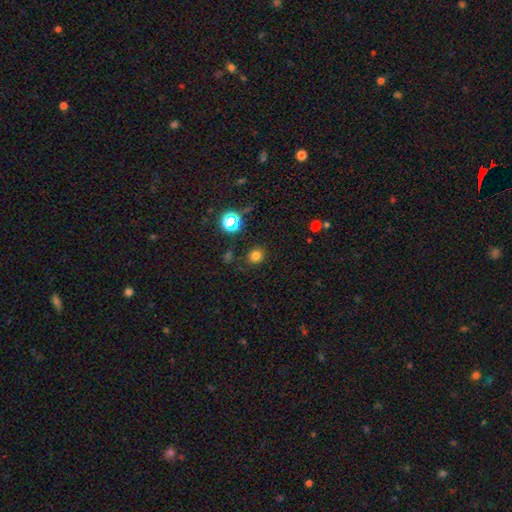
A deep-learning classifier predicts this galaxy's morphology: smooth 74%, star or artifact 20%, featured or disk 6%. Down the decision tree: how rounded — round (80%); merging — none (84%).